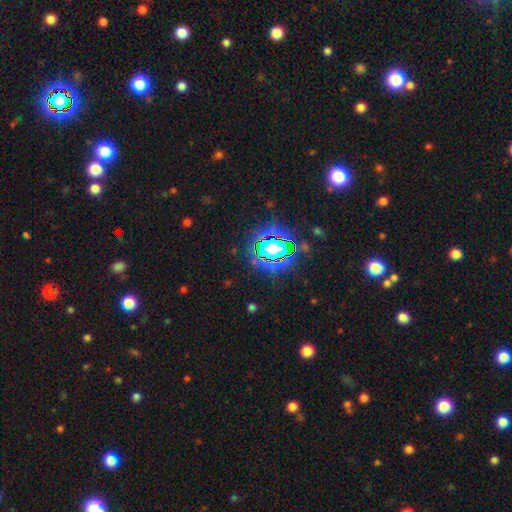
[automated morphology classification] The model was most divided on "smooth or featured": star or artifact: 80%, smooth: 12%, featured or disk: 8%.